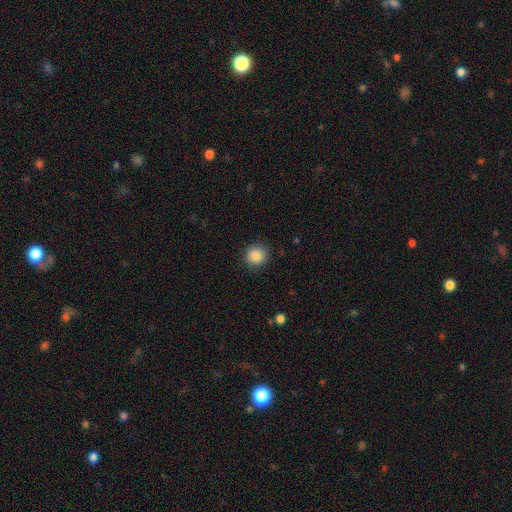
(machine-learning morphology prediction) smooth_or_featured: smooth (p=0.87) [alt: star or artifact p=0.09]
how_rounded: round (p=0.92) [alt: in between p=0.07]
merging: none (p=0.90) [alt: minor disturbance p=0.07]